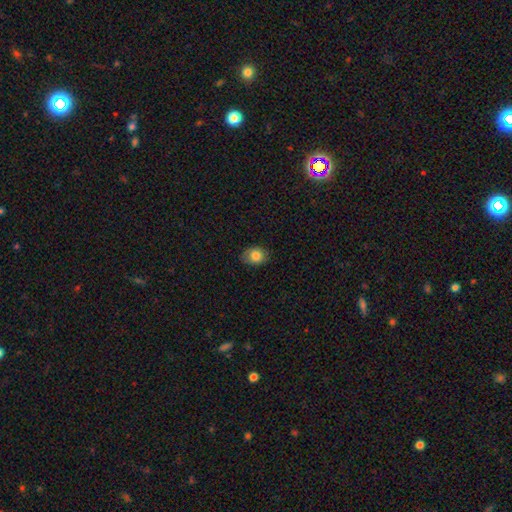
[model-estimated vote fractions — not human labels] The model was most divided on "how rounded": in between: 57%, round: 42%, cigar-shaped: 1%. More confident: smooth or featured — smooth (83%); merging — none (81%).